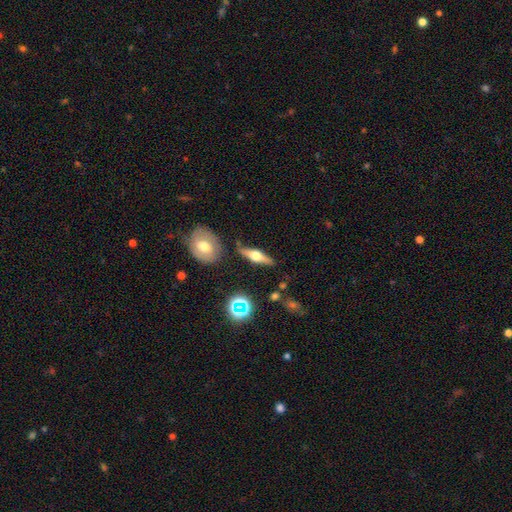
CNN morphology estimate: smooth_or_featured: featured or disk (p=0.62) [alt: smooth p=0.30]
disk_edge_on: yes (p=0.93) [alt: no p=0.07]
edge_on_bulge: rounded (p=0.94) [alt: boxy p=0.04]
merging: none (p=0.80) [alt: minor disturbance p=0.11]